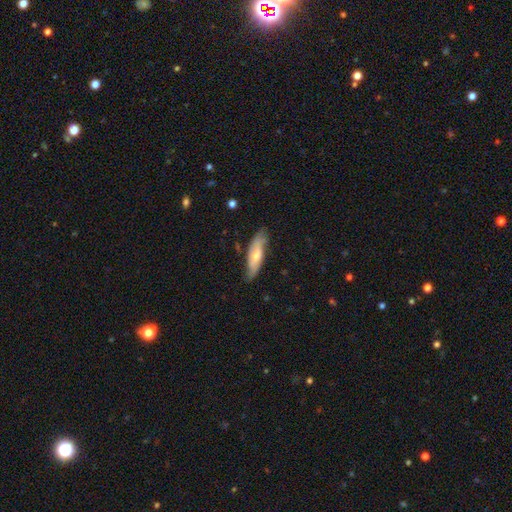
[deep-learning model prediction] Q: Smooth or featured?
A: smooth (47%); tied with: featured or disk (47%)
Q: Merging?
A: none (74%); runner-up: minor disturbance (20%)